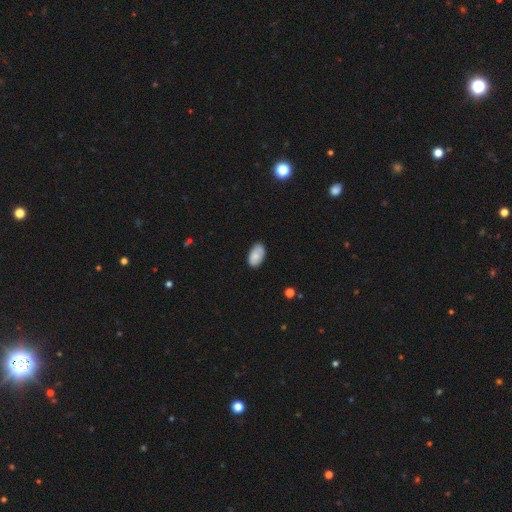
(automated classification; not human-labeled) Morphology: type=smooth (82%); roundness=in between (95%); merging=none (81%).